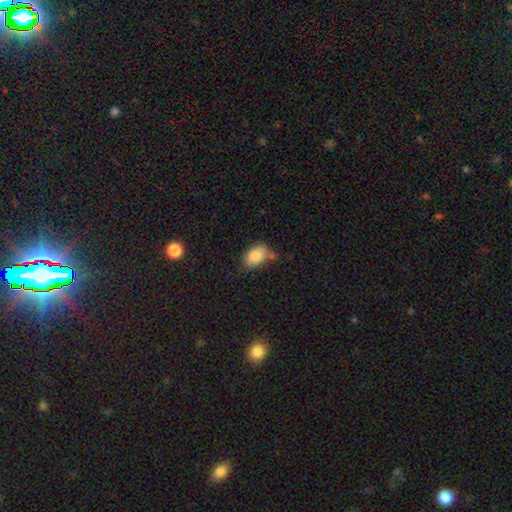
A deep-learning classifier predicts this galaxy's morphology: smooth_or_featured: smooth (p=0.84) [alt: featured or disk p=0.08]
how_rounded: in between (p=0.89) [alt: round p=0.10]
merging: none (p=0.59) [alt: minor disturbance p=0.25]